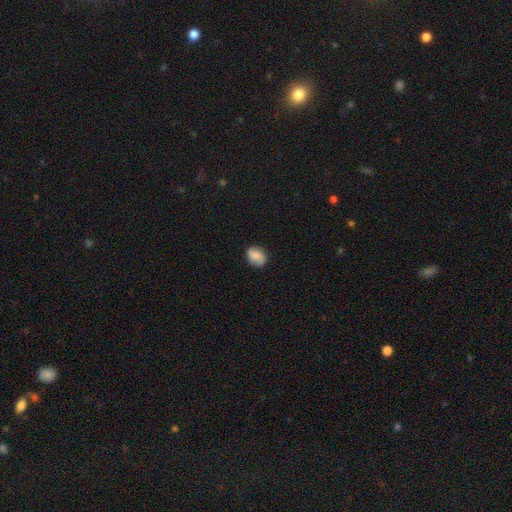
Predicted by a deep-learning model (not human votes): A smooth galaxy with no disk features (68%) that is round (52%). Merging: none (82%).